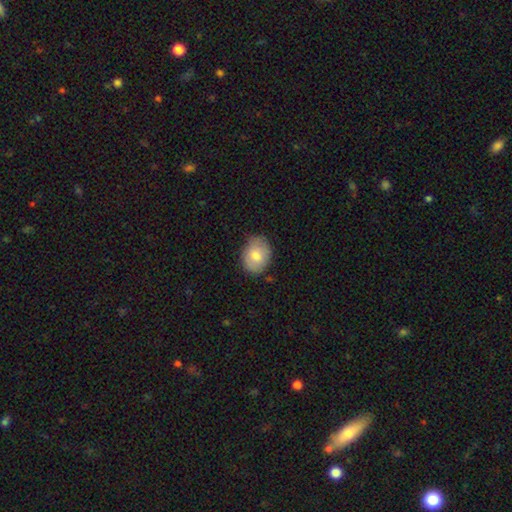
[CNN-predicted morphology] Smooth or featured: smooth — 75% (featured or disk — 19%)
How rounded: in between — 64% (round — 35%)
Merging: none — 78% (minor disturbance — 18%)